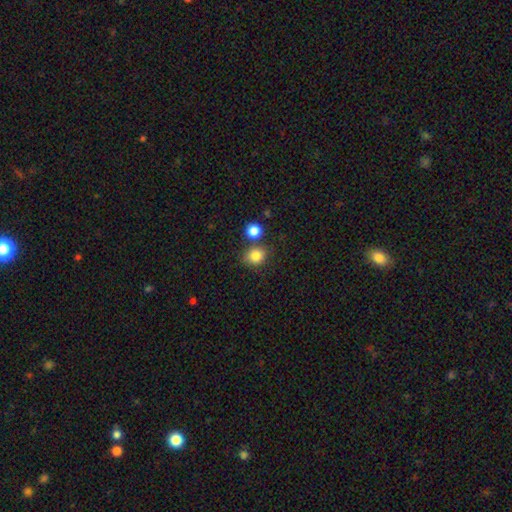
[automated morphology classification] Smooth or featured? smooth (83%)
How rounded? round (70%)
Merging? none (68%)